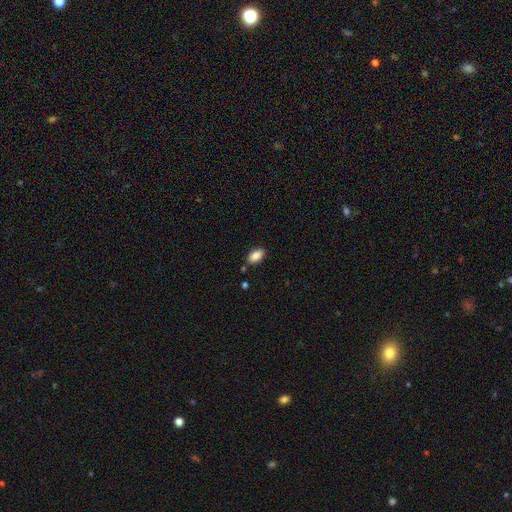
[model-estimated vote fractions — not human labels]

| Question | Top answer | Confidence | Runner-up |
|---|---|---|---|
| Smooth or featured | smooth | 88% | star or artifact (8%) |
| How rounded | in between | 93% | round (4%) |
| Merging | none | 84% | minor disturbance (10%) |